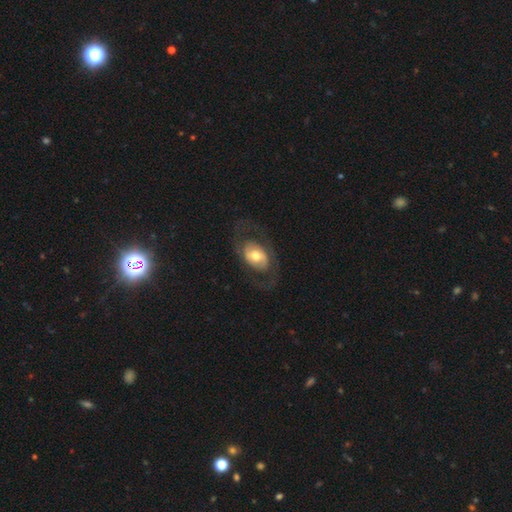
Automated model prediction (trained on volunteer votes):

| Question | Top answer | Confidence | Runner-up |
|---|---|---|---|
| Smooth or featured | featured or disk | 58% | smooth (36%) |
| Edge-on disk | no | 93% | yes (7%) |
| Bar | no | 62% | weak (27%) |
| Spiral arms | yes | 54% | no (46%) |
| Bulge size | moderate | 69% | large (18%) |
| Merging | none | 67% | major disturbance (17%) |